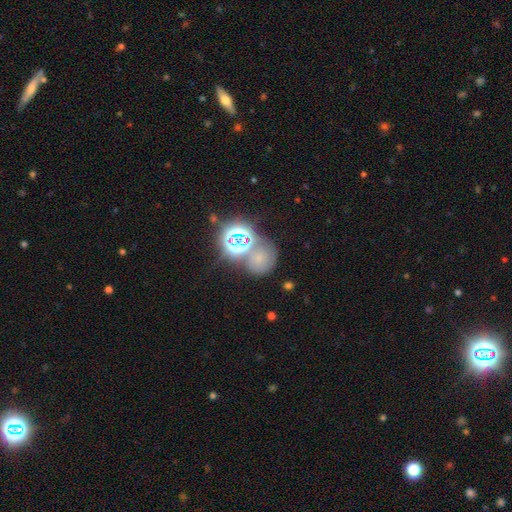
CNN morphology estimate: A star or artifact, not a galaxy (58%).